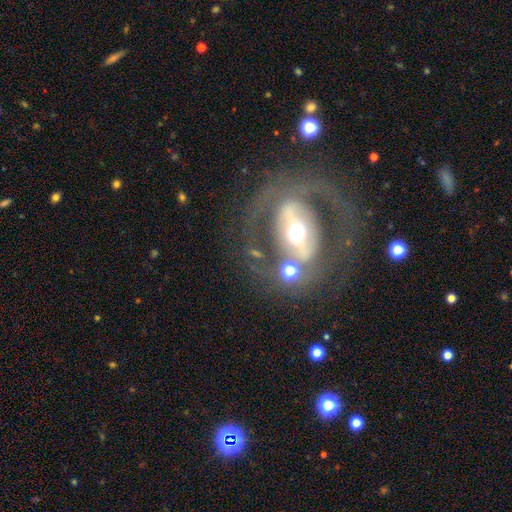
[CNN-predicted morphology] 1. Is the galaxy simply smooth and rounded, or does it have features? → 77% featured or disk, 16% smooth, 7% star or artifact.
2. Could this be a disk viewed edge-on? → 92% no, 8% yes.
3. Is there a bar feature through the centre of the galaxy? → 45% strong, 30% no, 26% weak.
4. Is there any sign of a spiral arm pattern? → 53% no, 47% yes.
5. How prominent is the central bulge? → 64% moderate, 18% small, 15% large, 2% dominant, 1% none.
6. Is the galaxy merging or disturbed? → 66% none, 15% major disturbance, 14% minor disturbance, 6% merger.